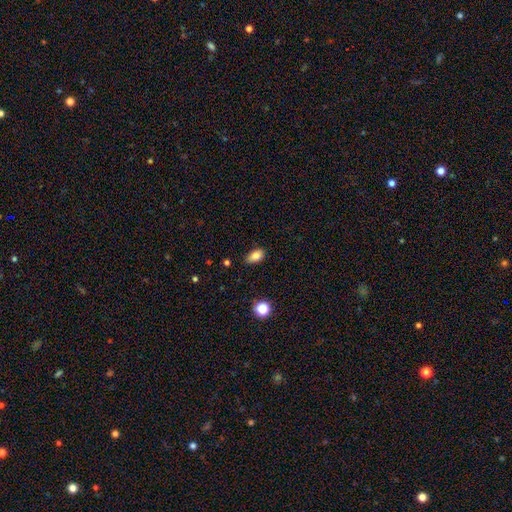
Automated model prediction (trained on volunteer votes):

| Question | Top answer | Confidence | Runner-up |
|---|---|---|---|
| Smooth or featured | smooth | 83% | star or artifact (10%) |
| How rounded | in between | 87% | round (10%) |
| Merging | none | 74% | minor disturbance (21%) |